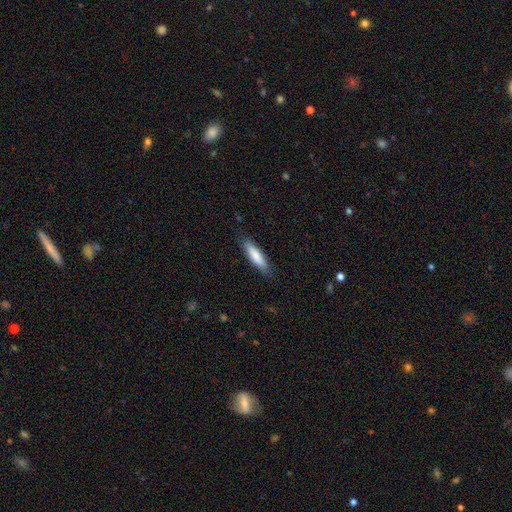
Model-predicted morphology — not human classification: A smooth galaxy with no disk features (81%) that is cigar-shaped (69%). Merging: none (85%).